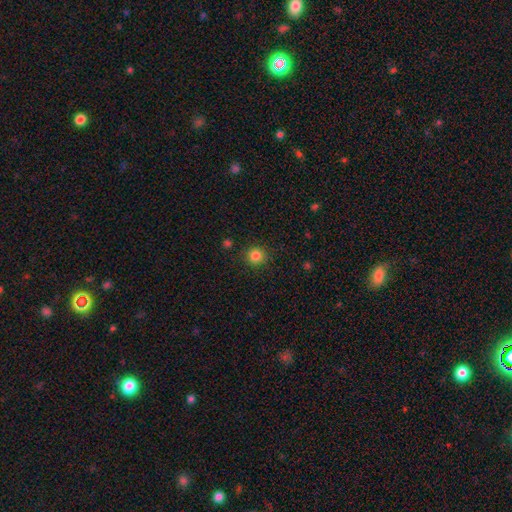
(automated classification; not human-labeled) Smooth or featured?
  - smooth: 84% *
  - star or artifact: 11%
  - featured or disk: 4%
How rounded?
  - round: 94% *
  - in between: 6%
  - cigar-shaped: 1%
Merging?
  - none: 90% *
  - minor disturbance: 6%
  - major disturbance: 2%
  - merger: 1%